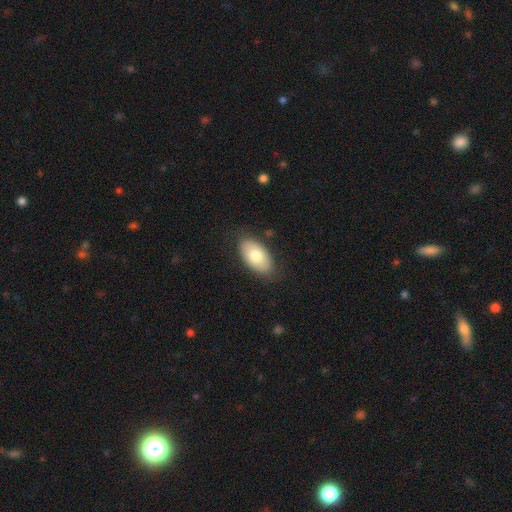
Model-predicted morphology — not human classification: Smooth or featured?
  - smooth: 76% *
  - featured or disk: 18%
  - star or artifact: 6%
How rounded?
  - in between: 94% *
  - round: 4%
  - cigar-shaped: 2%
Merging?
  - none: 82% *
  - minor disturbance: 14%
  - major disturbance: 3%
  - merger: 1%